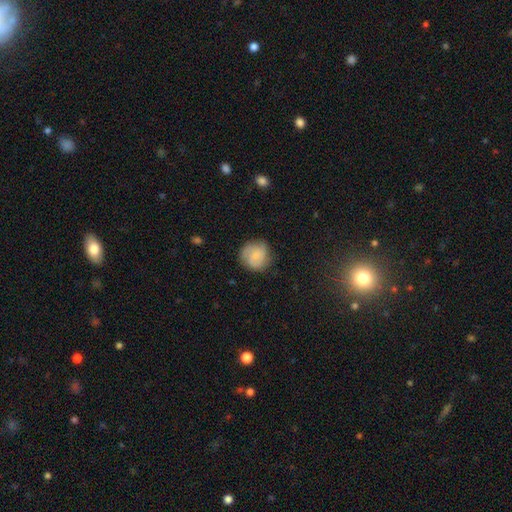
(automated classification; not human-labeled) smooth 73%, featured or disk 20%, star or artifact 8%. Down the decision tree: how rounded — round (90%); merging — none (76%).